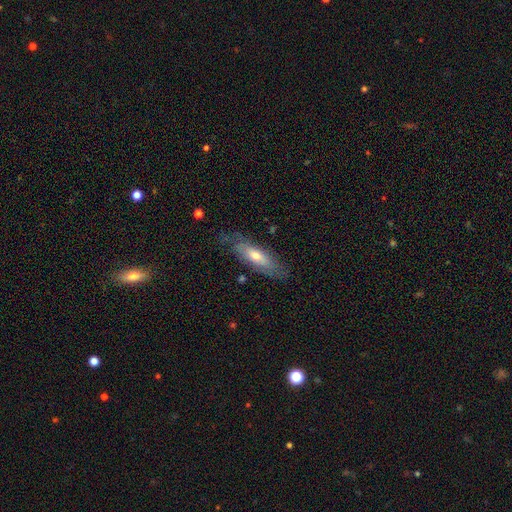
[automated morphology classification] Smooth or featured: featured or disk — 51% (smooth — 42%)
Edge-on disk: no — 60% (yes — 40%)
Merging: none — 74% (minor disturbance — 19%)